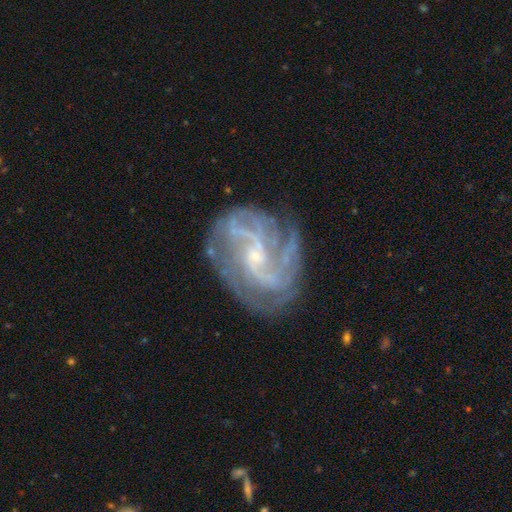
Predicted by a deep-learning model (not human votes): A featured or disk galaxy (88%) with no bar (45%), 2 (26%) medium (45%) spiral arms (95%) and a small central bulge (73%).

Vote fractions:
- Smooth or featured? featured or disk: 88% / star or artifact: 7% / smooth: 6%
- Edge-on disk? no: 98% / yes: 2%
- Bar? no: 45% / weak: 42% / strong: 13%
- Spiral arms? yes: 95% / no: 5%
- Spiral winding? medium: 45% / tight: 38% / loose: 17%
- Spiral arm count? 2: 26% / 3: 24% / can't tell: 22% / 4: 14% / more than 4: 7% / 1: 7%
- Bulge size? small: 73% / moderate: 20% / none: 5% / large: 1% / dominant: 1%
- Merging? none: 69% / minor disturbance: 18% / major disturbance: 11% / merger: 2%